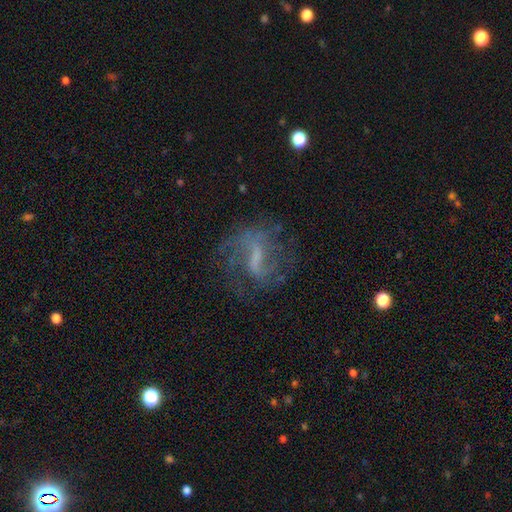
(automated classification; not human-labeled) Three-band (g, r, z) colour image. It shows a featured or disk galaxy (72%) with a weak bar (42%), 2 (58%) medium (41%) spiral arms (81%) and no central bulge (46%). Merging: none (60%).